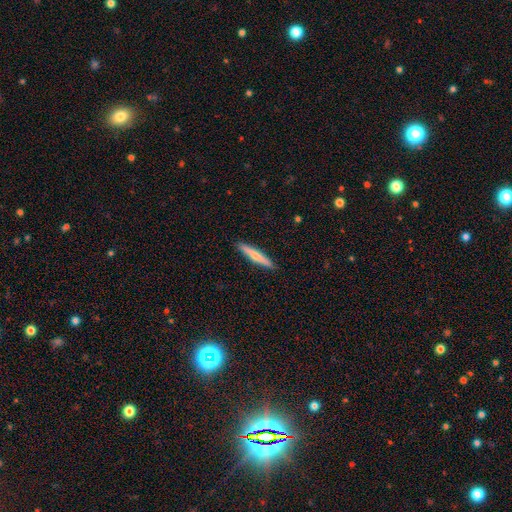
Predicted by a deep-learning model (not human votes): Smooth or featured? smooth (58%)
How rounded? cigar-shaped (93%)
Merging? none (91%)